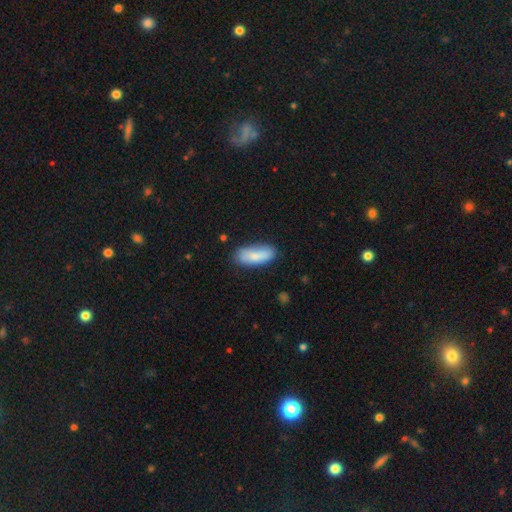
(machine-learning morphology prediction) A smooth galaxy with no disk features (80%) that is in between round and cigar-shaped (76%).

Vote fractions:
- Smooth or featured? smooth: 80% / featured or disk: 14% / star or artifact: 6%
- How rounded? in between: 76% / cigar-shaped: 22% / round: 2%
- Merging? none: 71% / minor disturbance: 21% / major disturbance: 4% / merger: 4%